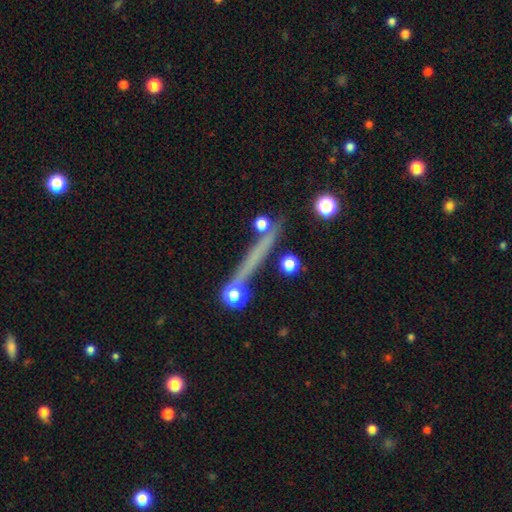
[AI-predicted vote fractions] This appears to be a featured or disk galaxy (42%). Merging: none (69%).